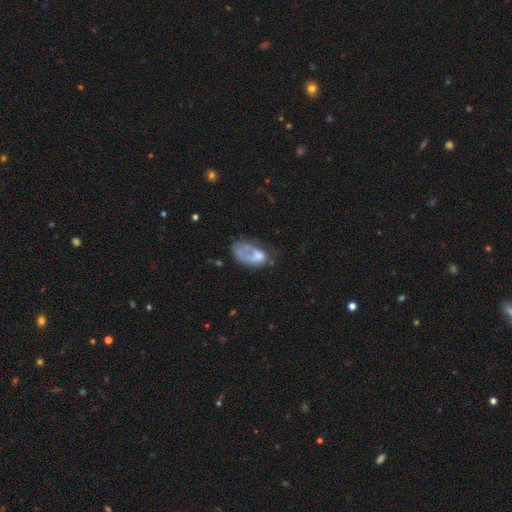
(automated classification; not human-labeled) smooth-or-featured: smooth: 51% | featured or disk: 40% | star or artifact: 9%
  how-rounded: in between: 90% | round: 8% | cigar-shaped: 2%
  merging: major disturbance: 44% | none: 26% | minor disturbance: 23% | merger: 7%